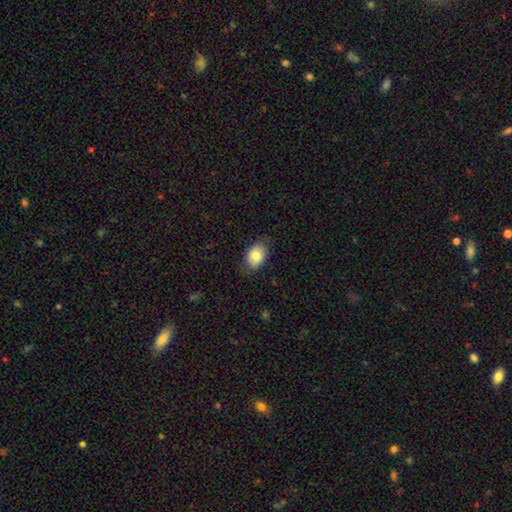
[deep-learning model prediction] The model was most divided on "merging": none: 80%, minor disturbance: 16%, major disturbance: 3%, merger: 1%. More confident: smooth or featured — smooth (83%); how rounded — in between (82%).